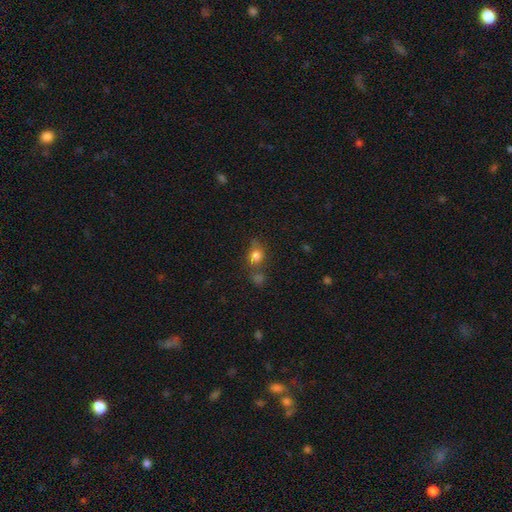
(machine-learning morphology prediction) smooth 76%, star or artifact 14%, featured or disk 11%. Down the decision tree: how rounded — round (58%); merging — none (51%).